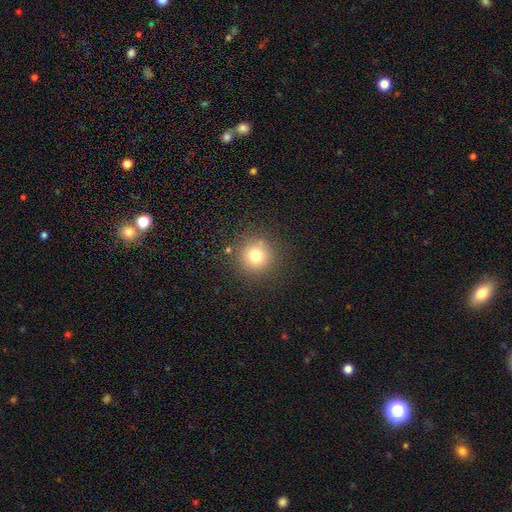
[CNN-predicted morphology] smooth-or-featured: smooth: 76% | star or artifact: 14% | featured or disk: 9%
  how-rounded: round: 94% | in between: 6% | cigar-shaped: 1%
  merging: none: 86% | minor disturbance: 8% | major disturbance: 3% | merger: 3%